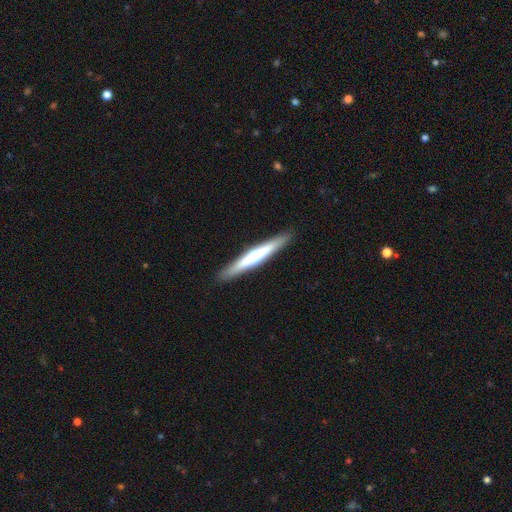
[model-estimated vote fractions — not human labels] Smooth or featured?
  - featured or disk: 49% *
  - smooth: 46%
  - star or artifact: 5%
Merging?
  - none: 91% *
  - minor disturbance: 7%
  - major disturbance: 1%
  - merger: 1%